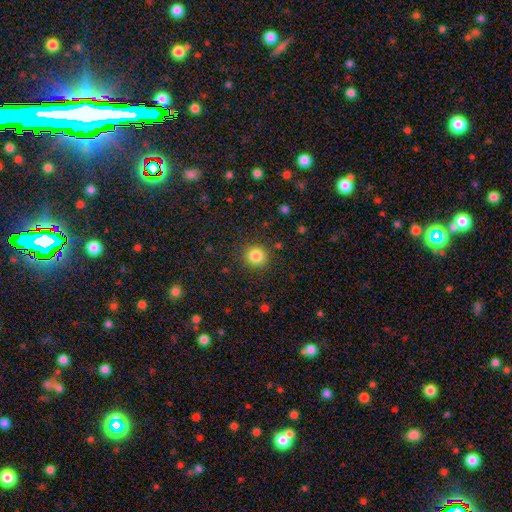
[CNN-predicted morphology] The model was most divided on "smooth or featured": smooth: 84%, star or artifact: 11%, featured or disk: 5%. More confident: how rounded — round (91%); merging — none (88%).